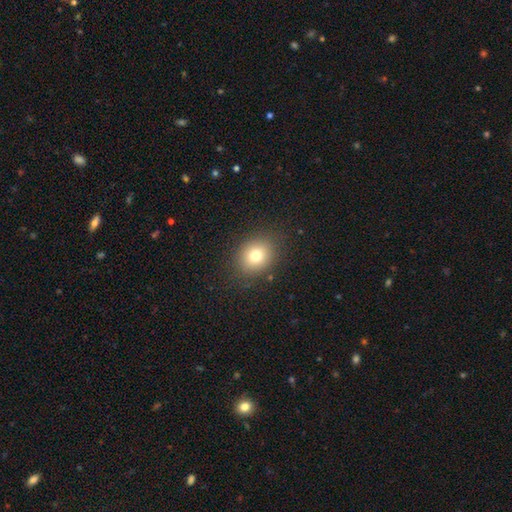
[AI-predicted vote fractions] A smooth galaxy with no disk features (77%) that is round (60%).

Vote fractions:
- Smooth or featured? smooth: 77% / star or artifact: 13% / featured or disk: 10%
- How rounded? round: 60% / in between: 40% / cigar-shaped: 1%
- Merging? none: 85% / minor disturbance: 10% / major disturbance: 4% / merger: 1%